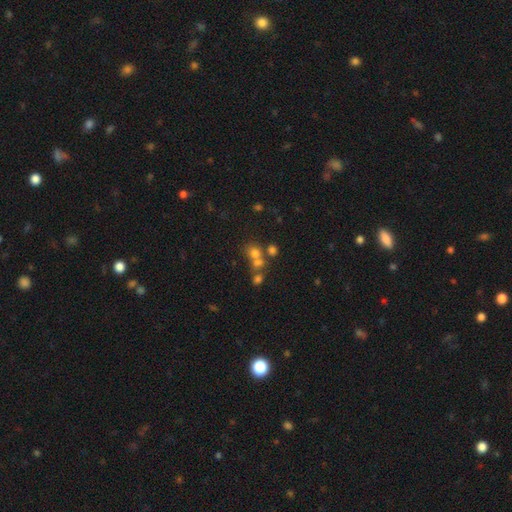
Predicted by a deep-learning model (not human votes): Morphology: type=smooth (64%); roundness=round (75%); merging=merger (44%).